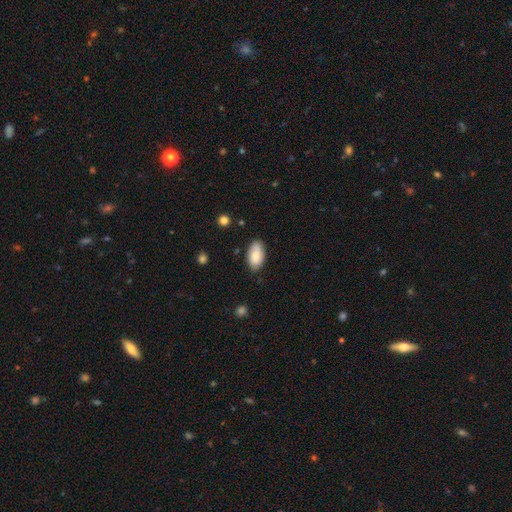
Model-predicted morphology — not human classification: Smooth or featured? Predicted: smooth (p=0.76). How rounded? Predicted: in between (p=0.94). Merging? Predicted: none (p=0.78).